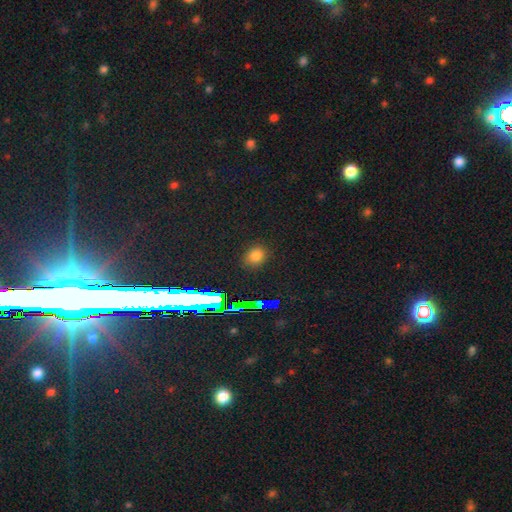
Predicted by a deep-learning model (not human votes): This appears to be a smooth galaxy with no disk features (73%) that is round (63%). Merging: none (87%).